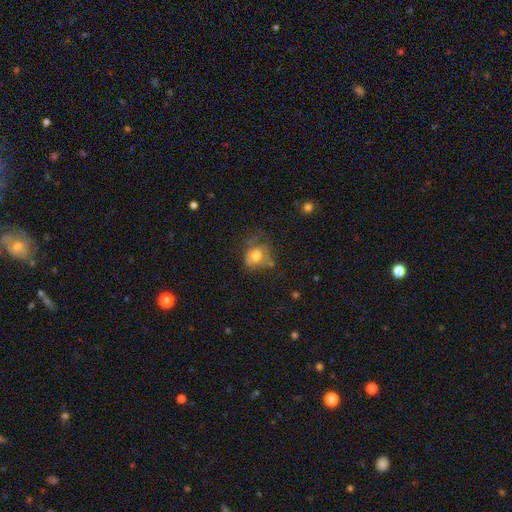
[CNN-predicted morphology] Overall: smooth (61%; featured or disk 28%). How rounded: round (58%; in between 41%). Merging: none (40%; minor disturbance 29%).